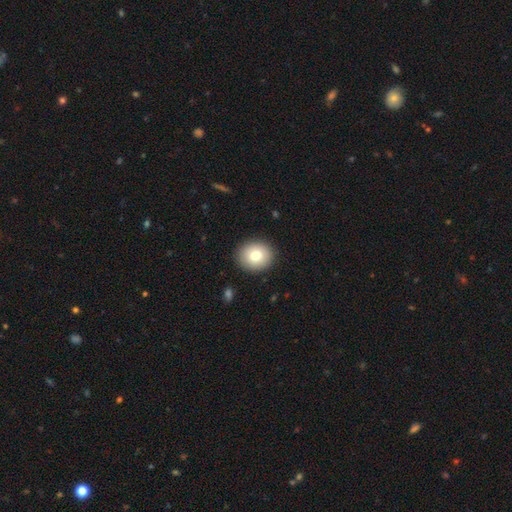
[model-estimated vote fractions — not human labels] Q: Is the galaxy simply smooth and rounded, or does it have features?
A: smooth — 77%.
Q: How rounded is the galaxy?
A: round — 75%.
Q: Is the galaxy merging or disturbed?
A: none — 90%.